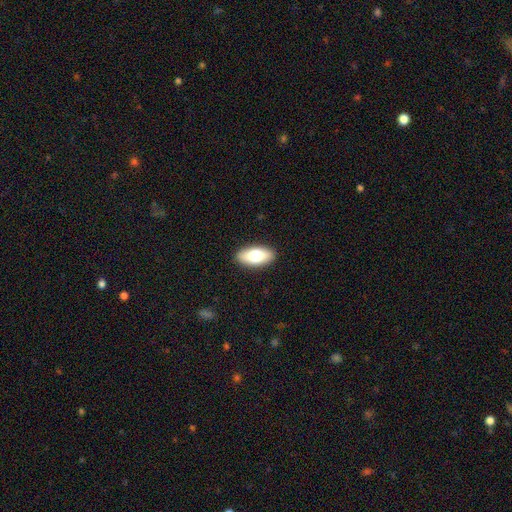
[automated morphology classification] Smooth or featured: smooth — 76% (featured or disk — 18%)
How rounded: in between — 90% (cigar-shaped — 7%)
Merging: none — 90% (minor disturbance — 7%)